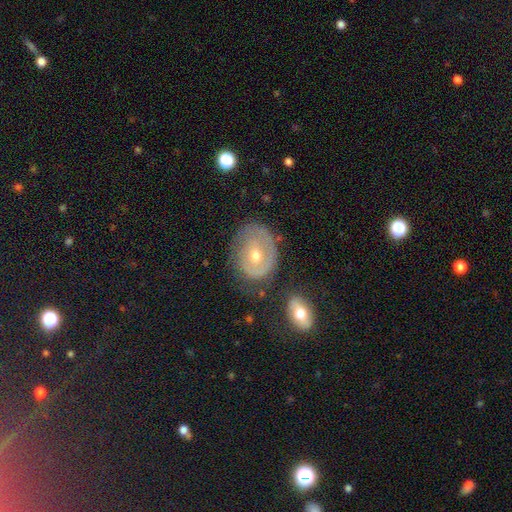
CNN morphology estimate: A featured or disk galaxy (65%) with no bar (72%), spiral arms (59%) and a moderate central bulge (58%).

Vote fractions:
- Smooth or featured? featured or disk: 65% / smooth: 28% / star or artifact: 8%
- Edge-on disk? no: 95% / yes: 5%
- Bar? no: 72% / weak: 23% / strong: 6%
- Spiral arms? yes: 59% / no: 41%
- Bulge size? moderate: 58% / small: 38% / large: 2% / none: 1% / dominant: 1%
- Merging? none: 62% / minor disturbance: 23% / major disturbance: 11% / merger: 3%